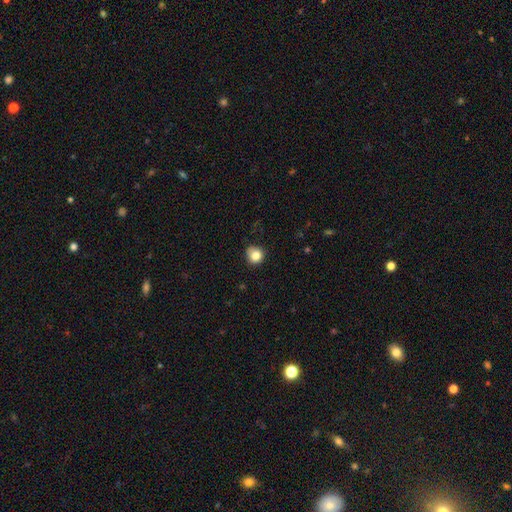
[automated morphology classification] This appears to be a smooth galaxy with no disk features (82%) that is round (85%). Merging: none (74%).